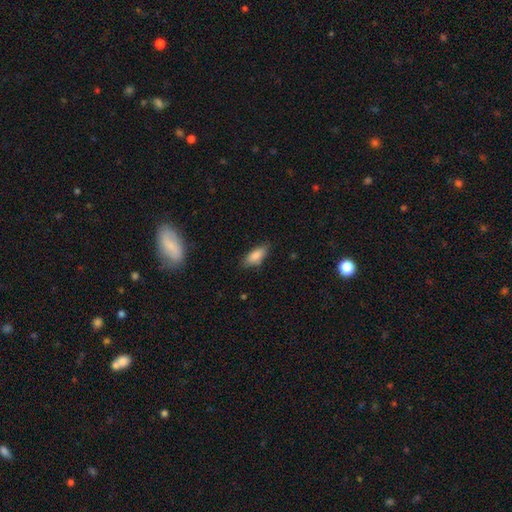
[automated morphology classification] Smooth or featured? Predicted: smooth (p=0.85). How rounded? Predicted: in between (p=0.81). Merging? Predicted: none (p=0.76).